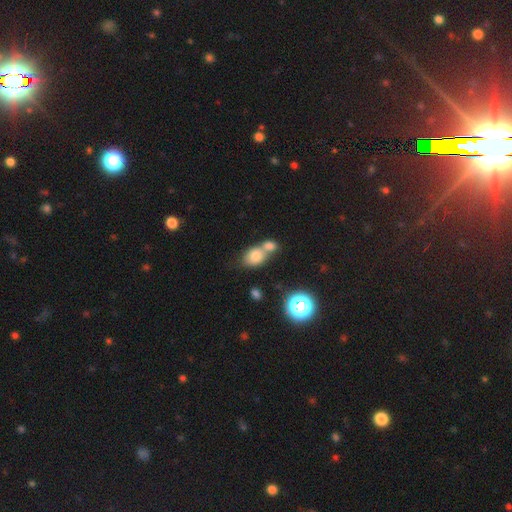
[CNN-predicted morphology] smooth 77%, featured or disk 12%, star or artifact 12%. Down the decision tree: how rounded — in between (67%); merging — merger (59%).